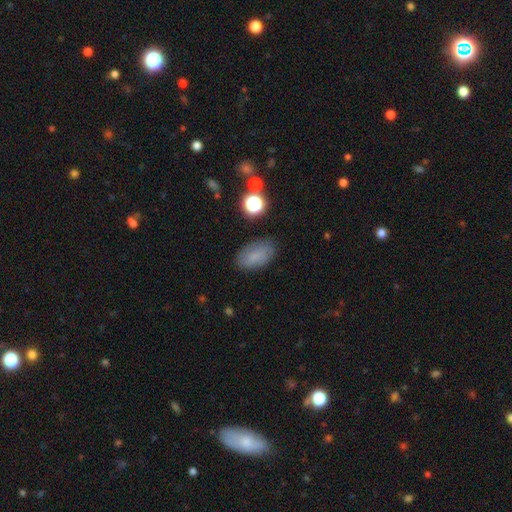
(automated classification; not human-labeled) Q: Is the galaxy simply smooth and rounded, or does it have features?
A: smooth — 77%.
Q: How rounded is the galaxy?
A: in between — 90%.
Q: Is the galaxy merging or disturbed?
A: none — 80%.